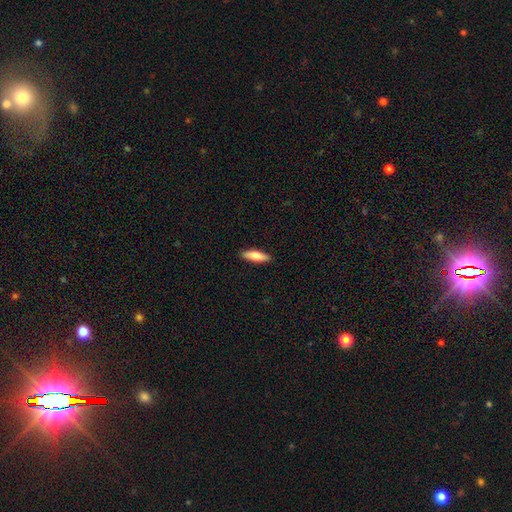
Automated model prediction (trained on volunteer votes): Smooth or featured: smooth — 76% (featured or disk — 18%)
How rounded: cigar-shaped — 59% (in between — 39%)
Merging: none — 90% (minor disturbance — 7%)